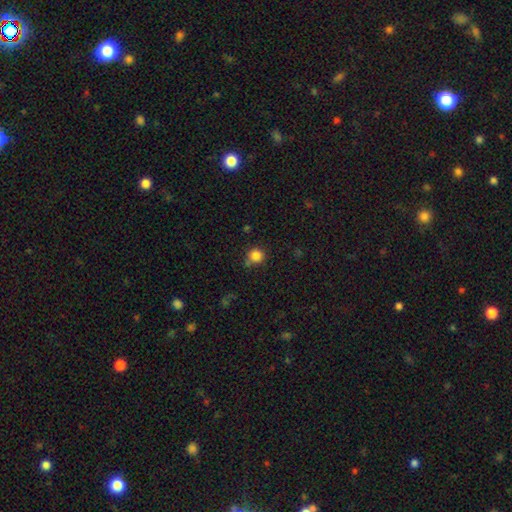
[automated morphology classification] This appears to be a smooth galaxy with no disk features (85%) that is round (93%). Merging: none (76%).